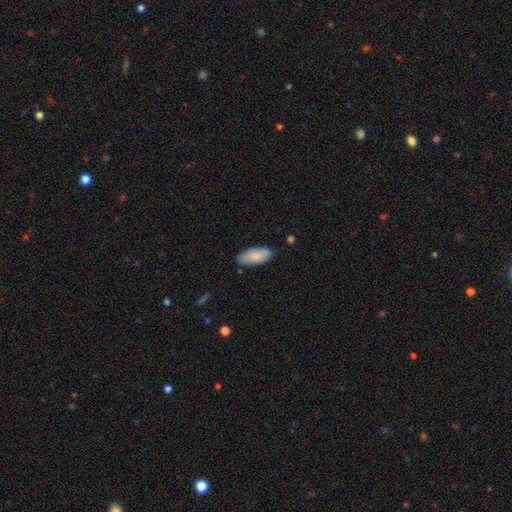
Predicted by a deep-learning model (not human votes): This appears to be a smooth galaxy with no disk features (85%) that is in between round and cigar-shaped (83%). Merging: none (82%).